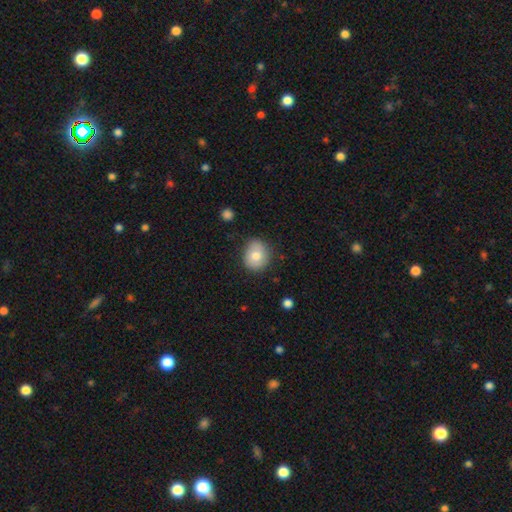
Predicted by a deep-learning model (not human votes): Smooth or featured? Predicted: smooth (p=0.78). How rounded? Predicted: round (p=0.70). Merging? Predicted: none (p=0.77).